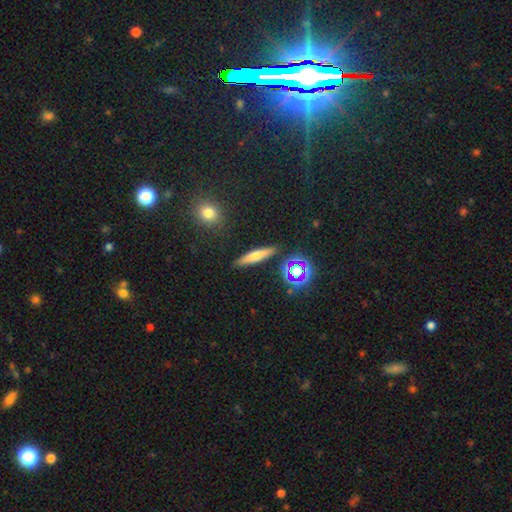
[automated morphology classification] smooth-or-featured: smooth: 61% | featured or disk: 23% | star or artifact: 15%
  how-rounded: cigar-shaped: 79% | in between: 13% | round: 7%
  merging: none: 88% | minor disturbance: 7% | merger: 3% | major disturbance: 2%